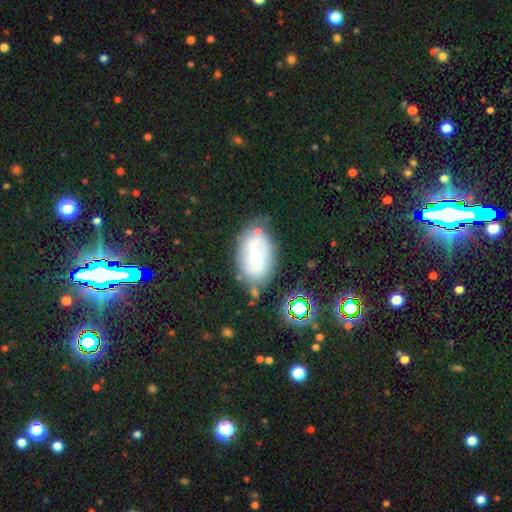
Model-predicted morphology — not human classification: Smooth or featured? Predicted: featured or disk (p=0.58). Edge-on disk? Predicted: no (p=0.94). Bar? Predicted: weak (p=0.49). Spiral arms? Predicted: yes (p=0.72). Bulge size? Predicted: small (p=0.57). Merging? Predicted: none (p=0.61).